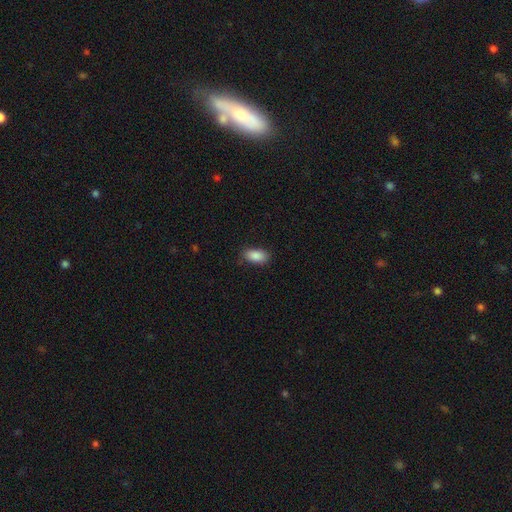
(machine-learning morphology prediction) Smooth or featured? Predicted: smooth (p=0.88). How rounded? Predicted: in between (p=0.92). Merging? Predicted: none (p=0.84).